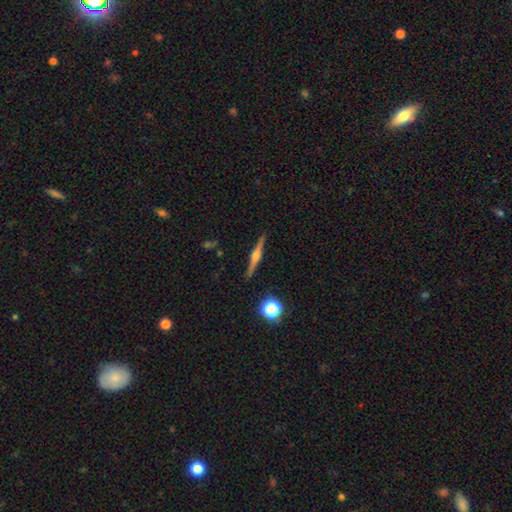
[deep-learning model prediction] A featured or disk galaxy (80%) viewed edge-on (98%) with a rounded central bulge (90%). Merging: none (91%).